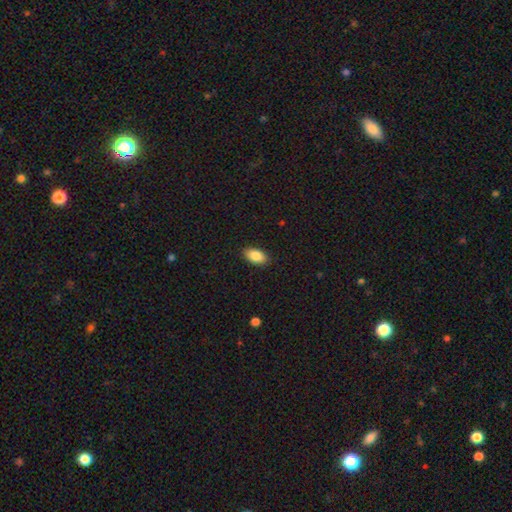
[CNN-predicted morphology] Overall: smooth (86%). How rounded: in between (93%). Merging: none (89%).